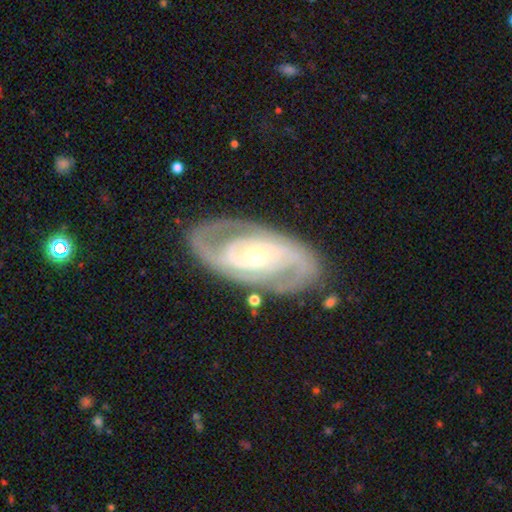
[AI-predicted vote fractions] Morphology: type=featured or disk (89%); edge-on=no (95%); bar=no (58%); spiral arms=yes (94%); winding=tight (53%); arm count=2 (76%); bulge=small (64%); merging=none (79%).